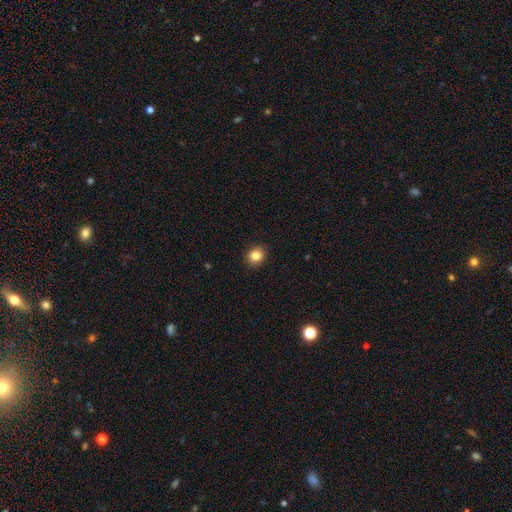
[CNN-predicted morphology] type=smooth (84%); roundness=round (71%); merging=none (90%).